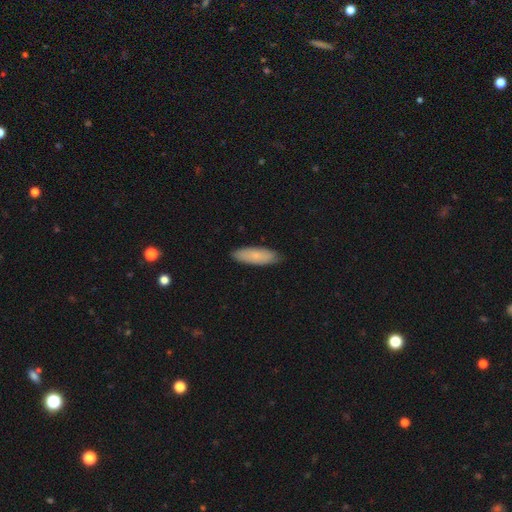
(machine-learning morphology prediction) The model was most divided on "how rounded" (2-way tie): in between: 49%, cigar-shaped: 49%, round: 2%. More confident: merging — none (86%); smooth or featured — smooth (79%).